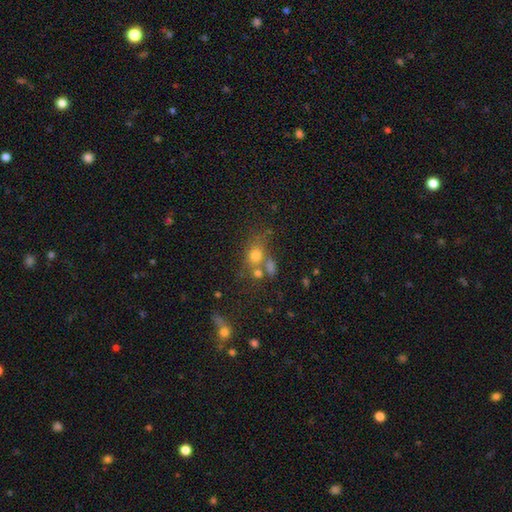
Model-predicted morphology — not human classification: The model was most divided on "how rounded": round: 57%, in between: 40%, cigar-shaped: 3%. Remaining: smooth or featured — smooth (68%); merging — none (48%).